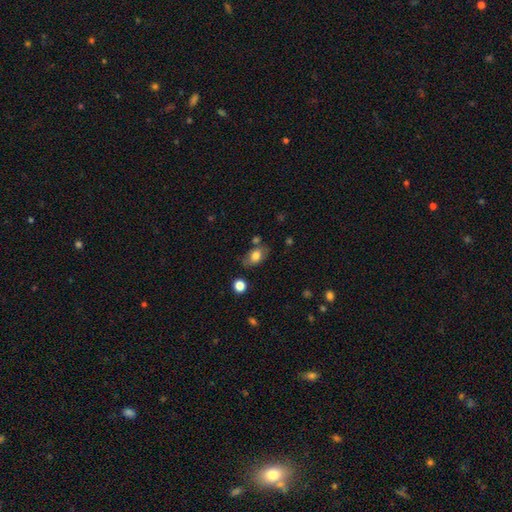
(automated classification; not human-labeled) Smooth or featured? Predicted: smooth (p=0.76). How rounded? Predicted: in between (p=0.84). Merging? Predicted: none (p=0.67).